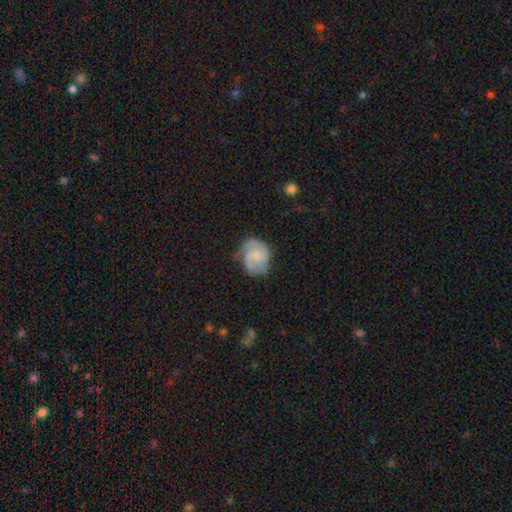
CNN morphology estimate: A featured or disk galaxy (68%) with no bar (65%), 2 (61%) medium (43%) spiral arms (92%) and no central bulge (51%).

Vote fractions:
- Smooth or featured? featured or disk: 68% / smooth: 25% / star or artifact: 7%
- Edge-on disk? no: 98% / yes: 2%
- Bar? no: 65% / weak: 30% / strong: 5%
- Spiral arms? yes: 92% / no: 8%
- Spiral winding? medium: 43% / tight: 41% / loose: 15%
- Spiral arm count? 2: 61% / can't tell: 14% / 3: 12% / 1: 8% / 4: 2% / more than 4: 2%
- Bulge size? none: 51% / small: 29% / moderate: 14% / large: 5% / dominant: 2%
- Merging? none: 59% / minor disturbance: 25% / major disturbance: 14% / merger: 2%